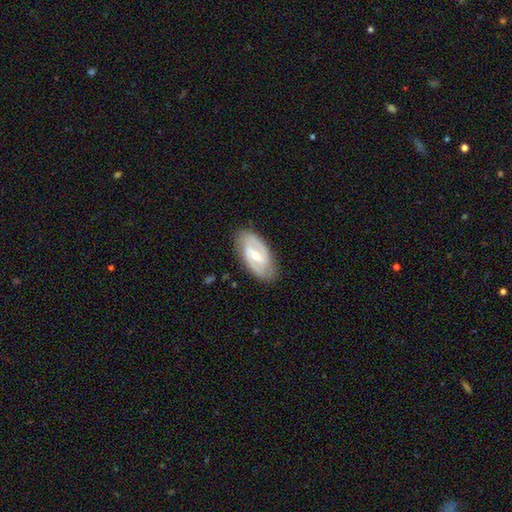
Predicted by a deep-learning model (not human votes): A featured or disk galaxy (81%) with a weak bar (49%), 2 (88%) medium (50%) spiral arms (88%) and a moderate central bulge (56%).

Vote fractions:
- Smooth or featured? featured or disk: 81% / smooth: 14% / star or artifact: 5%
- Edge-on disk? no: 95% / yes: 5%
- Bar? weak: 49% / strong: 30% / no: 21%
- Spiral arms? yes: 88% / no: 12%
- Spiral winding? medium: 50% / tight: 34% / loose: 17%
- Spiral arm count? 2: 88% / can't tell: 7% / 3: 2% / 1: 2% / 4: 1% / more than 4: 1%
- Bulge size? moderate: 56% / small: 40% / large: 2% / none: 1% / dominant: 1%
- Merging? none: 84% / minor disturbance: 12% / major disturbance: 3% / merger: 1%